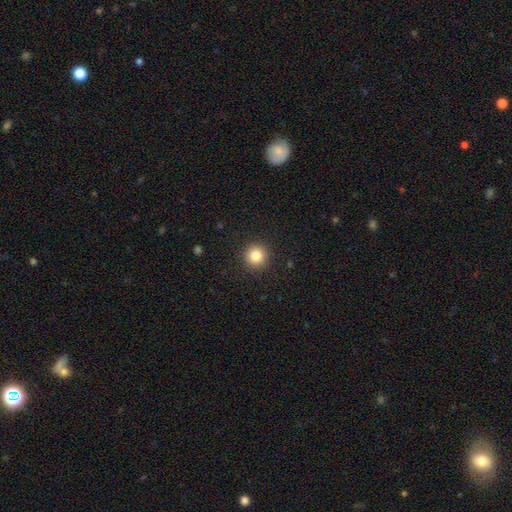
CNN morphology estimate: Smooth or featured? smooth (84%)
How rounded? round (95%)
Merging? none (92%)